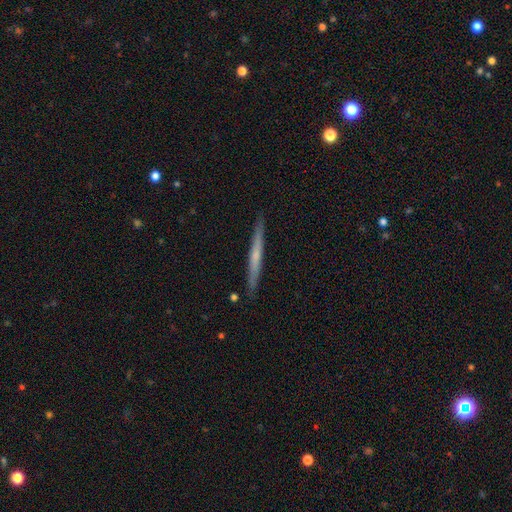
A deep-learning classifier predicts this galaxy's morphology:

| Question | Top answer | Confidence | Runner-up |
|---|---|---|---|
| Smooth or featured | featured or disk | 50% | smooth (44%) |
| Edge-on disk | yes | 97% | no (3%) |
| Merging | none | 91% | minor disturbance (7%) |